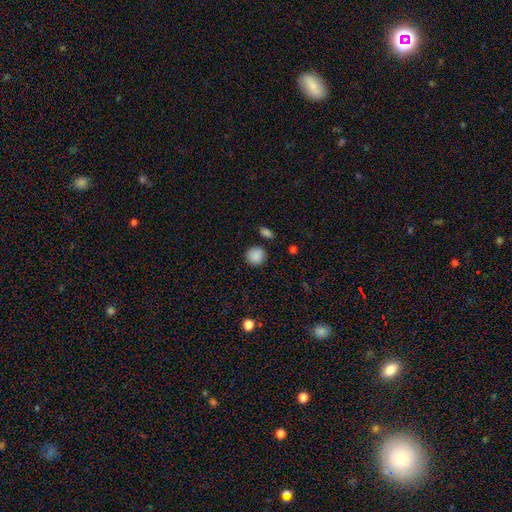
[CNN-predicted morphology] type=smooth (87%); roundness=round (89%); merging=none (82%).